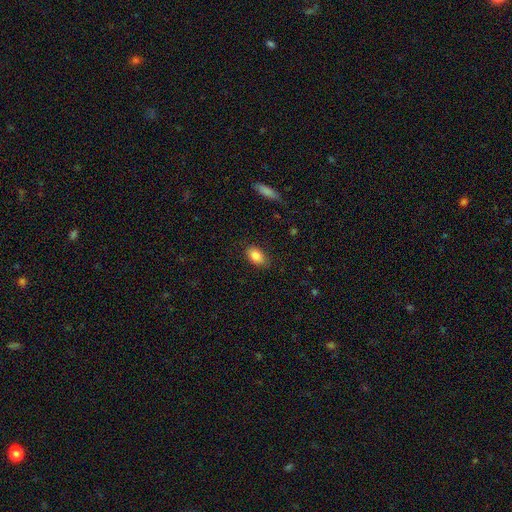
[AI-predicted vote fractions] Smooth or featured? Predicted: smooth (p=0.87). How rounded? Predicted: in between (p=0.89). Merging? Predicted: none (p=0.83).